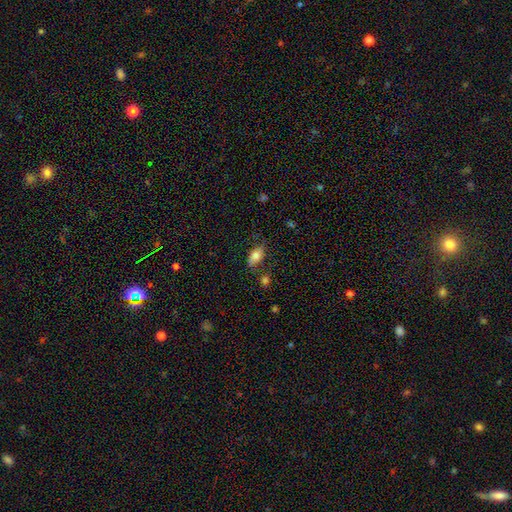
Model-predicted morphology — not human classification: smooth 78%, featured or disk 14%, star or artifact 8%. Down the decision tree: how rounded — in between (89%); merging — none (70%).